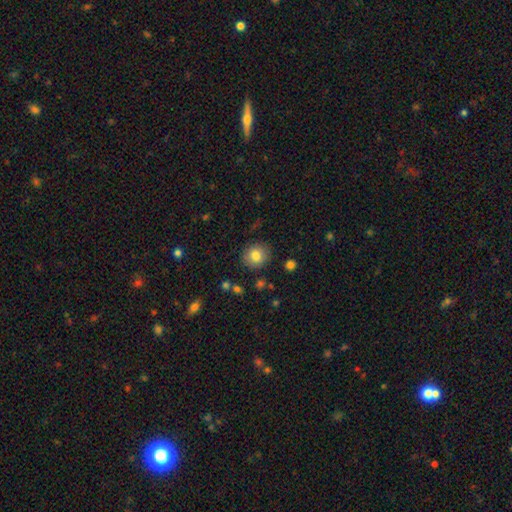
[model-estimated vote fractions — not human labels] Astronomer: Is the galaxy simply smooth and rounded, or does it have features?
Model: smooth — 81%.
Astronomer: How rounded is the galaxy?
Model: round — 83%.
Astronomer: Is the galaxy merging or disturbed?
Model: none — 87%.